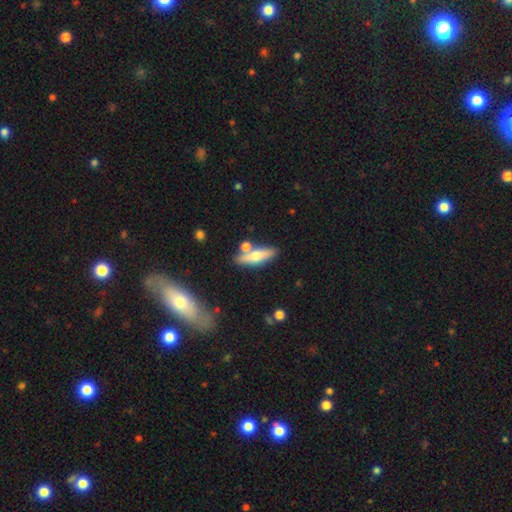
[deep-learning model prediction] smooth-or-featured: smooth: 55% | featured or disk: 38% | star or artifact: 7%
  how-rounded: cigar-shaped: 61% | in between: 36% | round: 4%
  merging: none: 72% | merger: 14% | minor disturbance: 11% | major disturbance: 3%